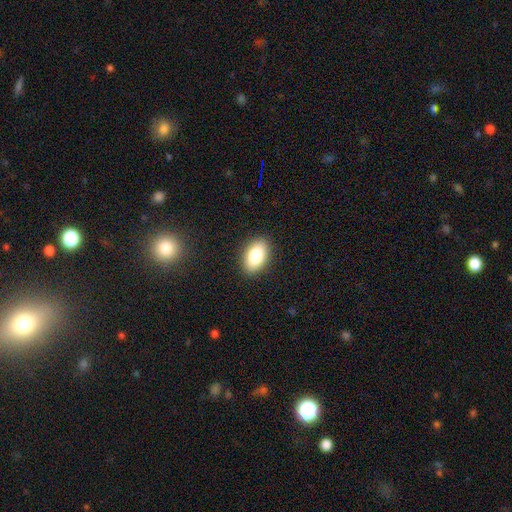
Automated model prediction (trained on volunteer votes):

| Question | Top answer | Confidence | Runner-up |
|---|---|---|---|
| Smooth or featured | smooth | 84% | featured or disk (8%) |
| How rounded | in between | 91% | round (7%) |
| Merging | none | 89% | minor disturbance (8%) |